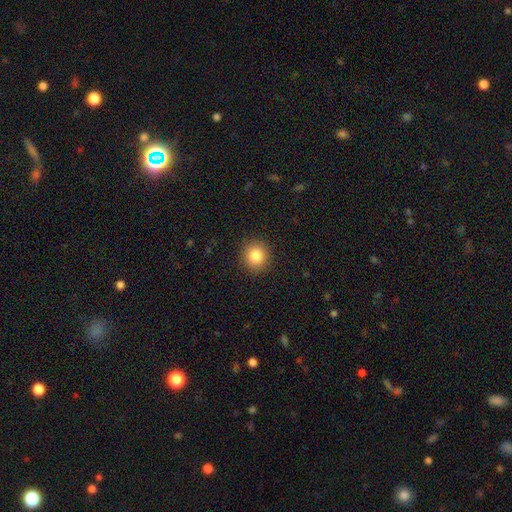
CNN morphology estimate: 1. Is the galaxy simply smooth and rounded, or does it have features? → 84% smooth, 10% star or artifact, 6% featured or disk.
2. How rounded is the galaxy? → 89% round, 10% in between, 1% cigar-shaped.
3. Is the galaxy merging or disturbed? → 91% none, 6% minor disturbance, 2% major disturbance, 1% merger.